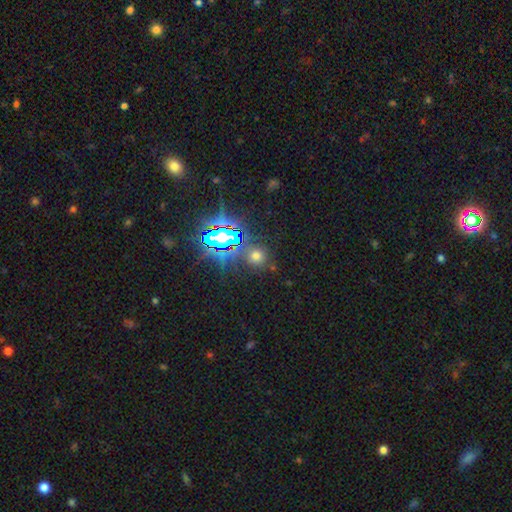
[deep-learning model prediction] smooth 52%, star or artifact 40%, featured or disk 8%. Down the decision tree: how rounded — round (85%); merging — none (80%).